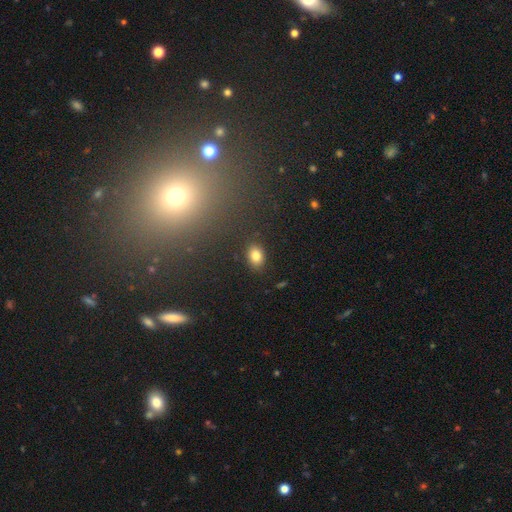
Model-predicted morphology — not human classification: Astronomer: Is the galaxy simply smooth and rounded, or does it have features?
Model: smooth — 81%.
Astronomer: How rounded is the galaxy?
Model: in between — 68%.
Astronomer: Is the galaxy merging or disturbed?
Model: none — 87%.